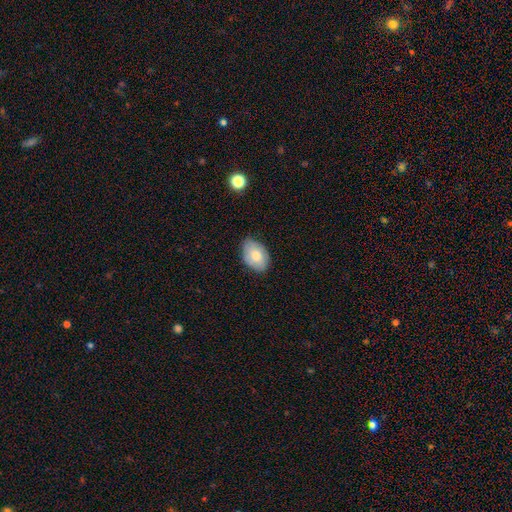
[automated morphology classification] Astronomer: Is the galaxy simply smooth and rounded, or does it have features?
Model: smooth — 73%.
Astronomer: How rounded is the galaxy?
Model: in between — 86%.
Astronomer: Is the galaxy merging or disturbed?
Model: none — 76%.